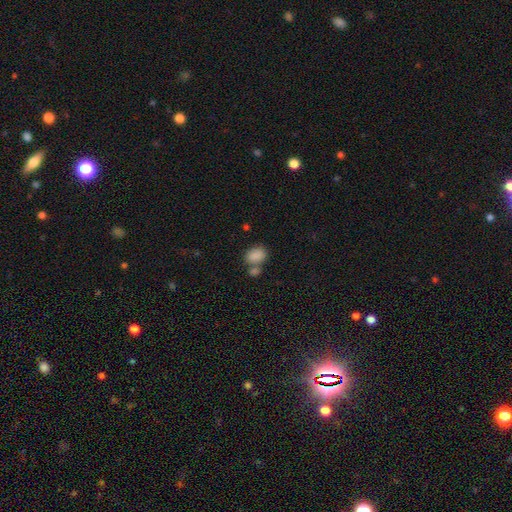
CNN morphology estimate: smooth 85%, star or artifact 9%, featured or disk 6%. Down the decision tree: how rounded — in between (73%); merging — none (49%).